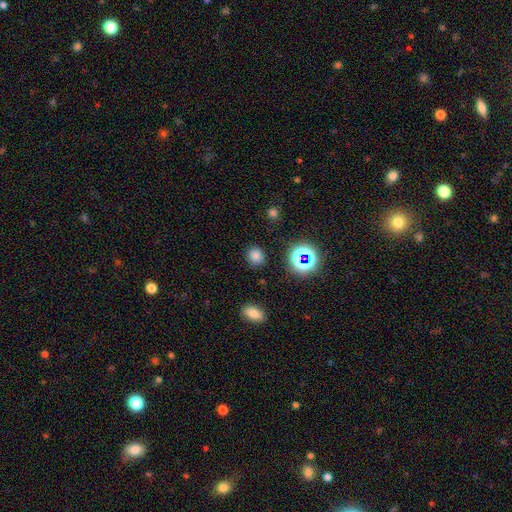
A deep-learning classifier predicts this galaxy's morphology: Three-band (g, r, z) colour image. It shows a smooth galaxy with no disk features (74%) that is round (81%). Merging: none (86%).